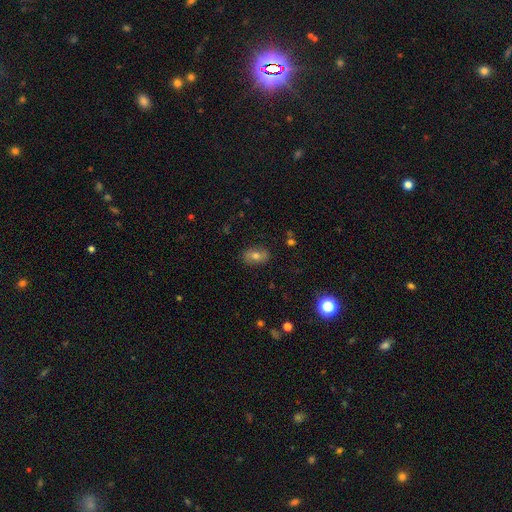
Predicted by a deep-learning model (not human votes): smooth-or-featured: smooth: 62% | featured or disk: 24% | star or artifact: 13%
  how-rounded: in between: 83% | round: 14% | cigar-shaped: 3%
  merging: none: 84% | minor disturbance: 12% | major disturbance: 3% | merger: 1%